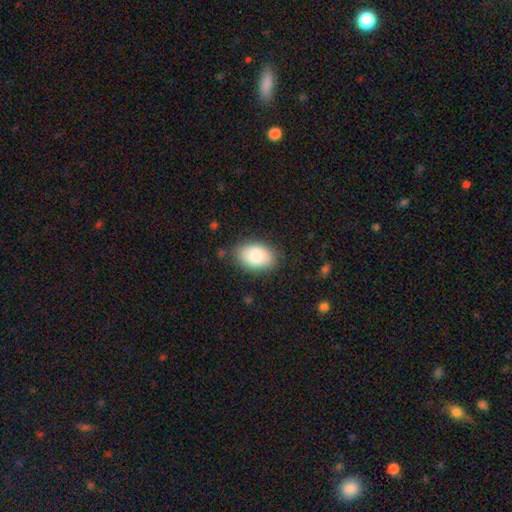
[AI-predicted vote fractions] The model was most divided on "smooth or featured": smooth: 79%, featured or disk: 15%, star or artifact: 7%. More confident: how rounded — in between (86%); merging — none (81%).